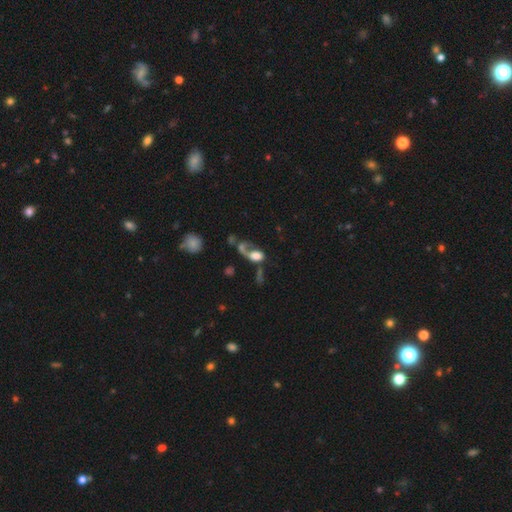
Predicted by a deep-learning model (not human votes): This is possibly a smooth galaxy (53%). How rounded: likely in between (66%). Merging: marginally merger (38%).